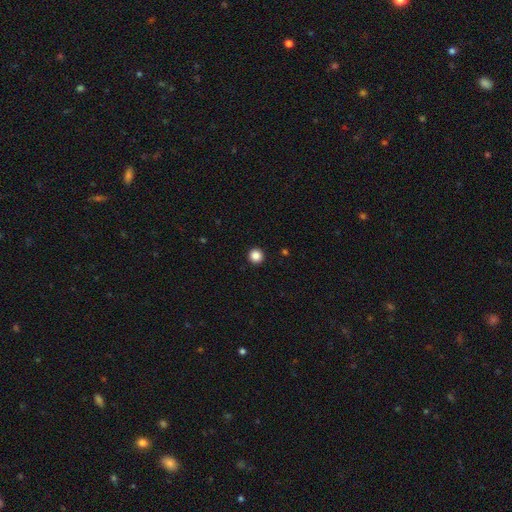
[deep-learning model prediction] Morphology: type=smooth (87%); roundness=round (96%); merging=none (94%).